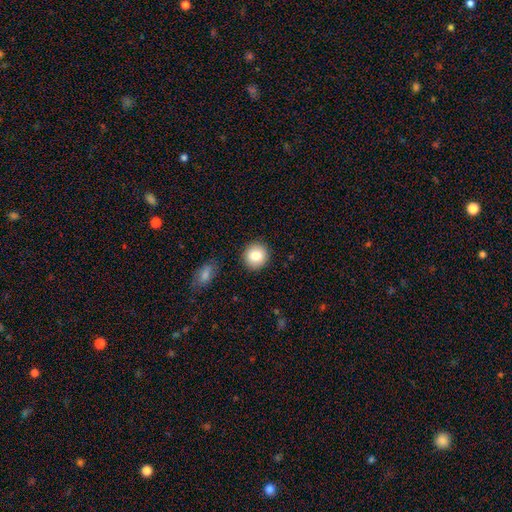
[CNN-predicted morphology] This is clearly a smooth galaxy (83%). How rounded: clearly round (89%). Merging: clearly none (90%).